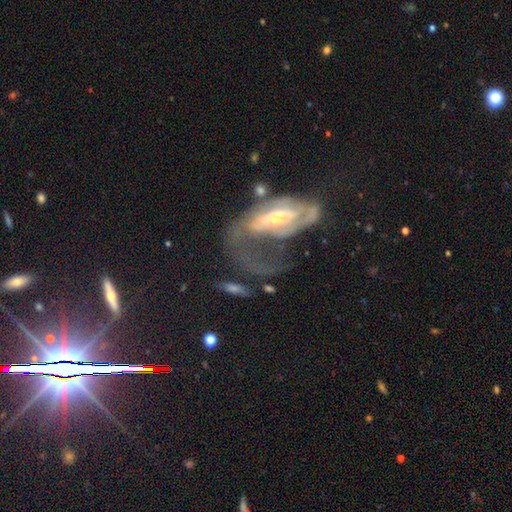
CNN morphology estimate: type=featured or disk (70%); edge-on=no (88%); bar=no (42%); spiral arms=yes (76%); bulge=moderate (45%); merging=major disturbance (45%).